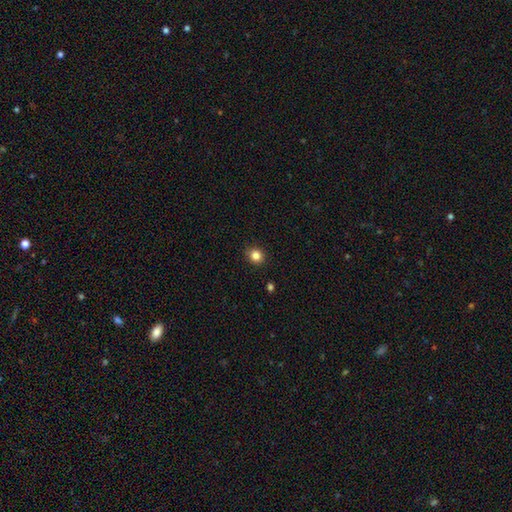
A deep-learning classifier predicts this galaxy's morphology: Smooth or featured: smooth — 84% (star or artifact — 12%)
How rounded: round — 85% (in between — 14%)
Merging: none — 90% (minor disturbance — 7%)